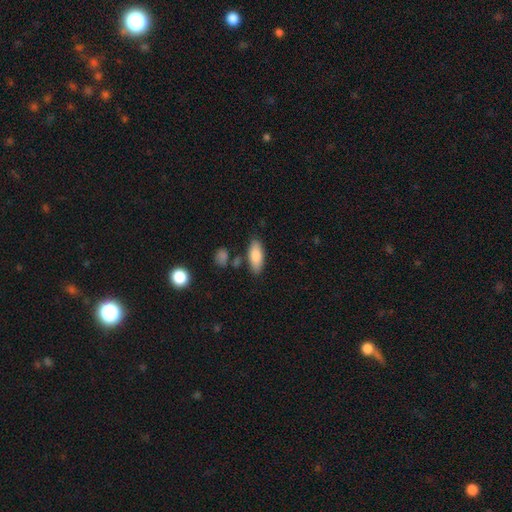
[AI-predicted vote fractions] Smooth or featured: smooth — 84% (featured or disk — 10%)
How rounded: in between — 77% (cigar-shaped — 21%)
Merging: none — 80% (minor disturbance — 12%)